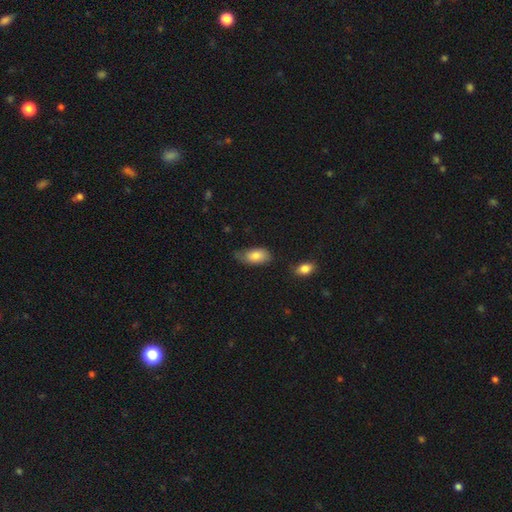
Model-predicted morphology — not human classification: Q: Smooth or featured?
A: smooth (81%); runner-up: featured or disk (12%)
Q: How rounded?
A: in between (93%); runner-up: round (4%)
Q: Merging?
A: none (53%); runner-up: minor disturbance (35%)